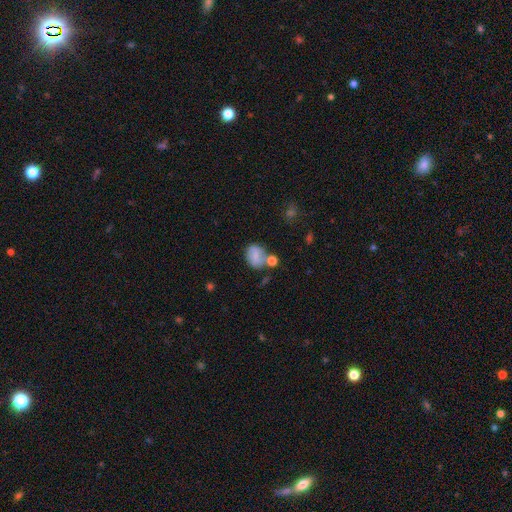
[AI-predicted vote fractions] smooth 67%, featured or disk 23%, star or artifact 10%. Down the decision tree: how rounded — in between (50%); merging — none (49%).